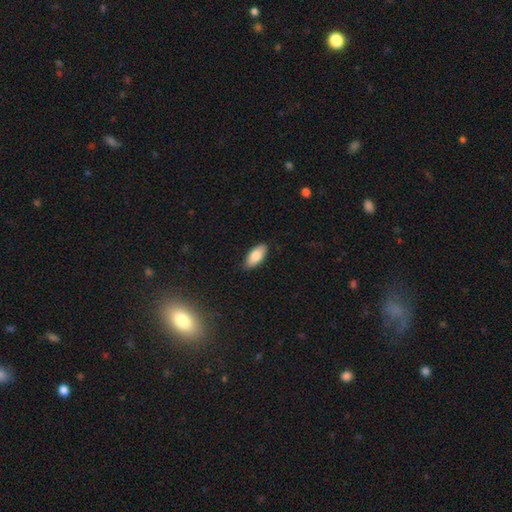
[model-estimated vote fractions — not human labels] Overall: smooth (83%). How rounded: in between (88%). Merging: none (87%).